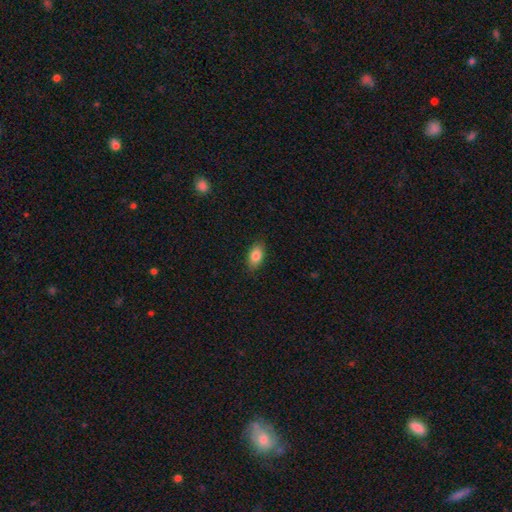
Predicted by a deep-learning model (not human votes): A smooth galaxy with no disk features (85%) that is in between round and cigar-shaped (91%).

Vote fractions:
- Smooth or featured? smooth: 85% / featured or disk: 8% / star or artifact: 7%
- How rounded? in between: 91% / round: 5% / cigar-shaped: 4%
- Merging? none: 87% / minor disturbance: 9% / major disturbance: 2% / merger: 1%